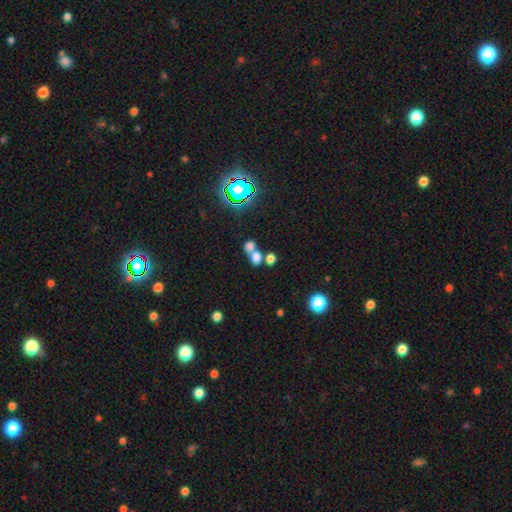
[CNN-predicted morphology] smooth_or_featured: smooth (p=0.68) [alt: star or artifact p=0.19]
how_rounded: in between (p=0.56) [alt: round p=0.42]
merging: merger (p=0.60) [alt: none p=0.29]